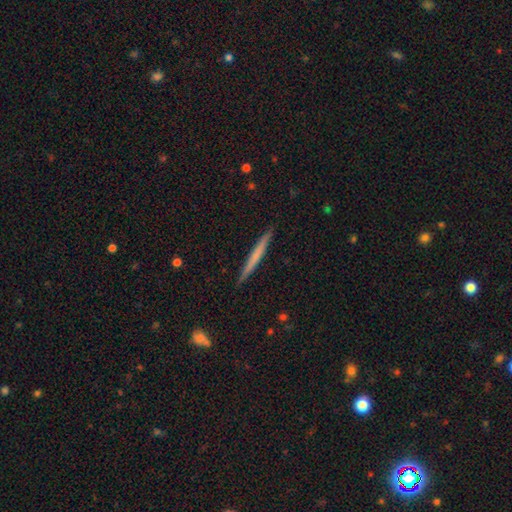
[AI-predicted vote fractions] A smooth galaxy with no disk features (52%) that is cigar-shaped (97%). Merging: none (91%).